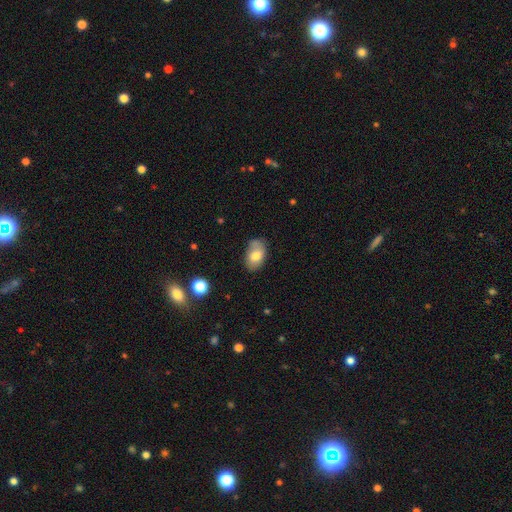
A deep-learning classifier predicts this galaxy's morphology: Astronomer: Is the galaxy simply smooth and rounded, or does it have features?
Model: smooth — 75%.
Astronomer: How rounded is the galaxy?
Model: in between — 90%.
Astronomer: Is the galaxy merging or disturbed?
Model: none — 68%.